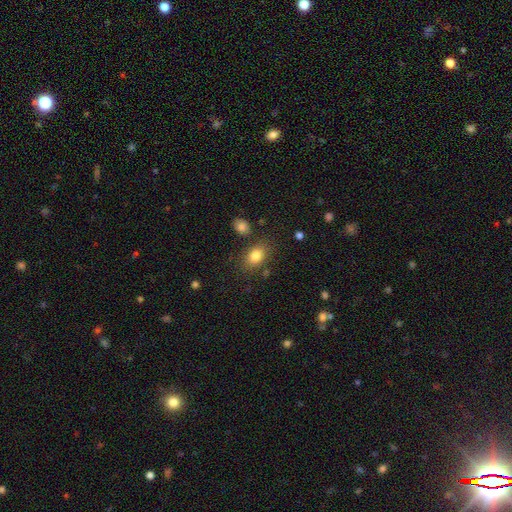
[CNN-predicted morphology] Smooth or featured: smooth — 82% (star or artifact — 10%)
How rounded: in between — 76% (round — 22%)
Merging: none — 76% (minor disturbance — 14%)